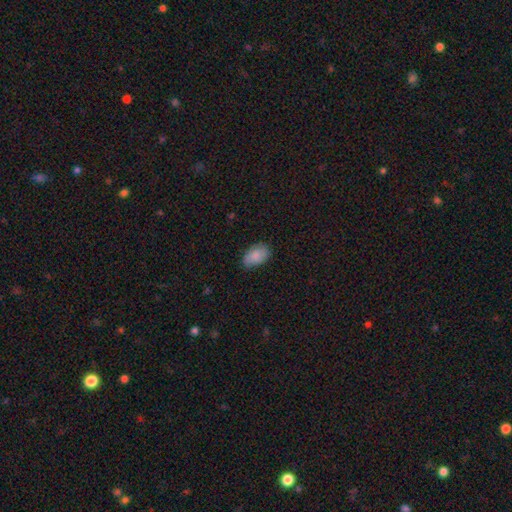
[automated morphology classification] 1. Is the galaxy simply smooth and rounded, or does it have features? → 86% smooth, 7% featured or disk, 7% star or artifact.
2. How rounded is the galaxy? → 92% in between, 7% round, 1% cigar-shaped.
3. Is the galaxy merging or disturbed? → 71% none, 24% minor disturbance, 4% major disturbance, 1% merger.